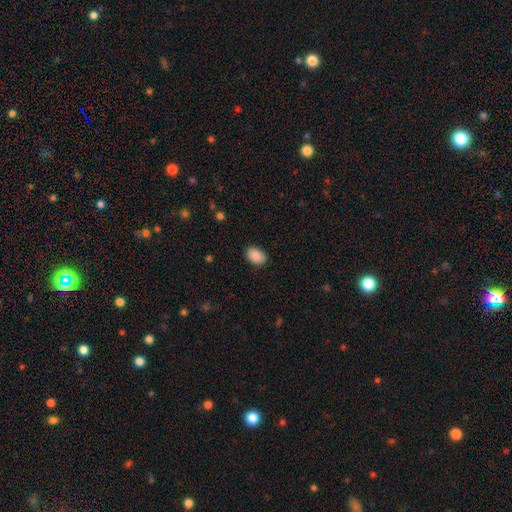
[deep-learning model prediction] This is clearly a smooth galaxy (89%). How rounded: clearly in between (85%). Merging: clearly none (86%).